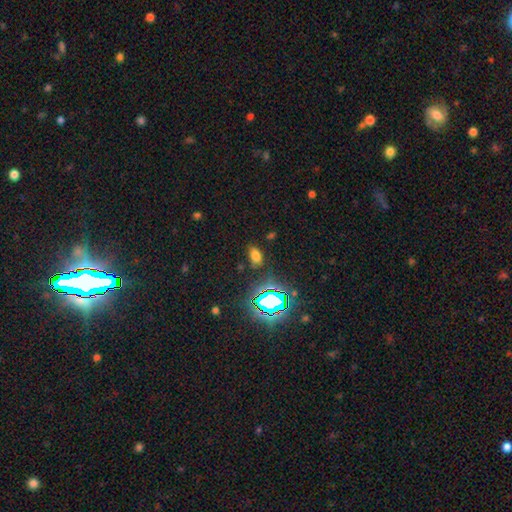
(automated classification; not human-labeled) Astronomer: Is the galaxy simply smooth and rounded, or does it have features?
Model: smooth — 64%.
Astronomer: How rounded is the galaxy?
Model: in between — 88%.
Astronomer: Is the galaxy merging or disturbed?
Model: none — 81%.